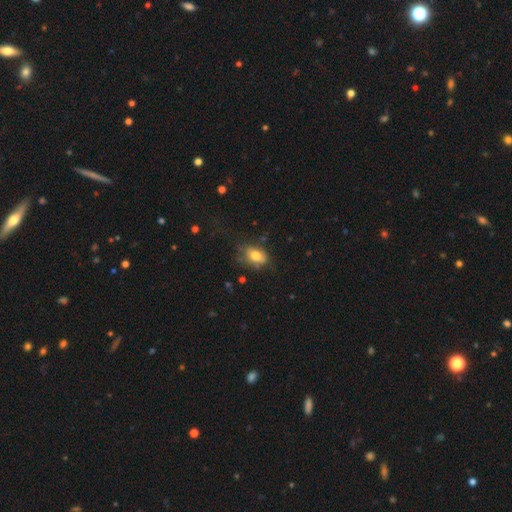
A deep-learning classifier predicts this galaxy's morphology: Smooth or featured? Predicted: smooth (p=0.73). How rounded? Predicted: in between (p=0.84). Merging? Predicted: none (p=0.52).